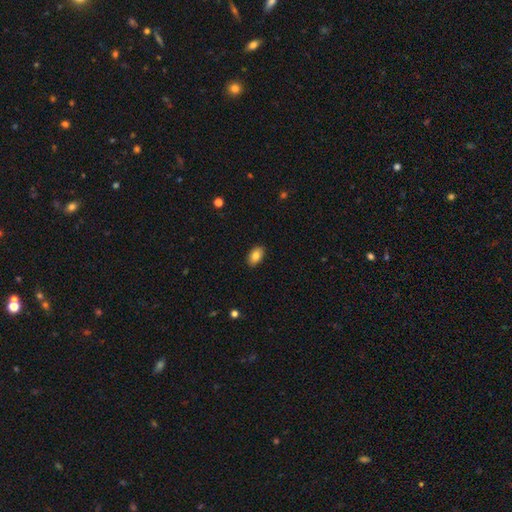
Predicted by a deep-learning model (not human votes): Smooth or featured: smooth — 84% (featured or disk — 9%)
How rounded: in between — 91% (round — 7%)
Merging: none — 89% (minor disturbance — 8%)